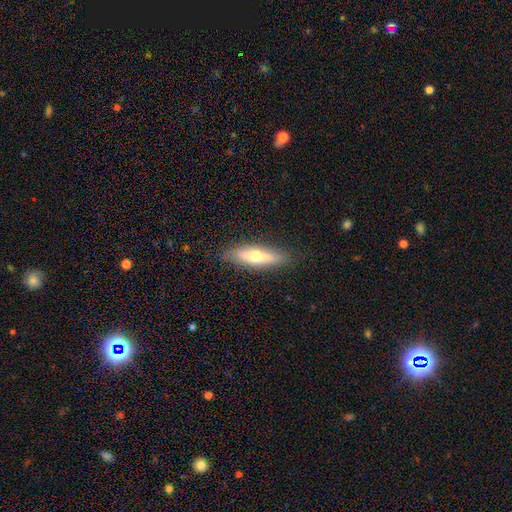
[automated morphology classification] This appears to be a smooth galaxy with no disk features (58%) that is cigar-shaped (67%). Merging: none (86%).